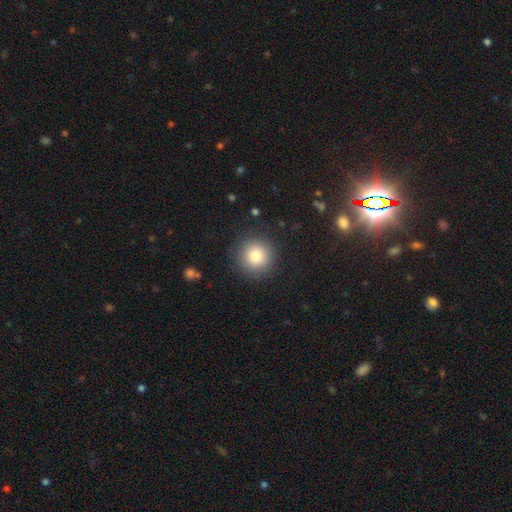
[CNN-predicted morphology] type=smooth (83%); roundness=round (95%); merging=none (88%).